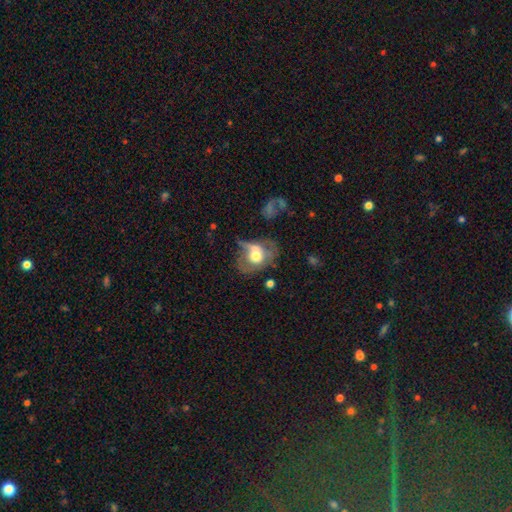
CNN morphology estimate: A smooth galaxy with no disk features (51%) that is round (50%). Merging: major disturbance (36%).